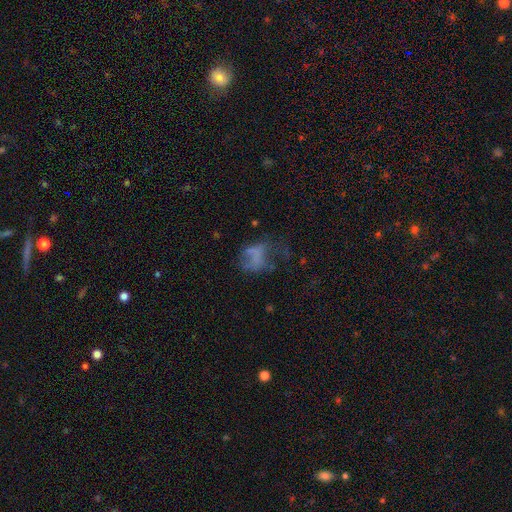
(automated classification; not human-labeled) This is marginally a smooth galaxy (44%). Merging: marginally major disturbance (44%).